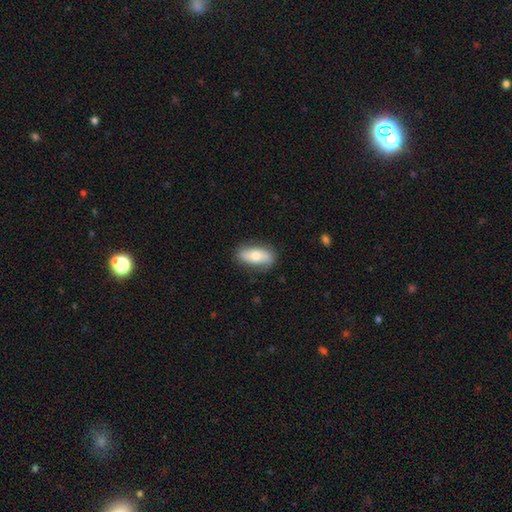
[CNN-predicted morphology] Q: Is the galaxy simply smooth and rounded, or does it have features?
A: smooth — 70%.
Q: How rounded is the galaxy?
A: in between — 82%.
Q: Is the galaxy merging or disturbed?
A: none — 82%.